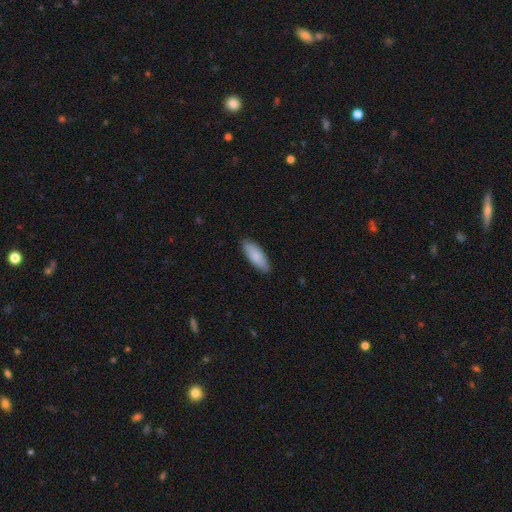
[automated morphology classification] smooth 84%, featured or disk 10%, star or artifact 5%. Down the decision tree: how rounded — in between (68%); merging — none (88%).